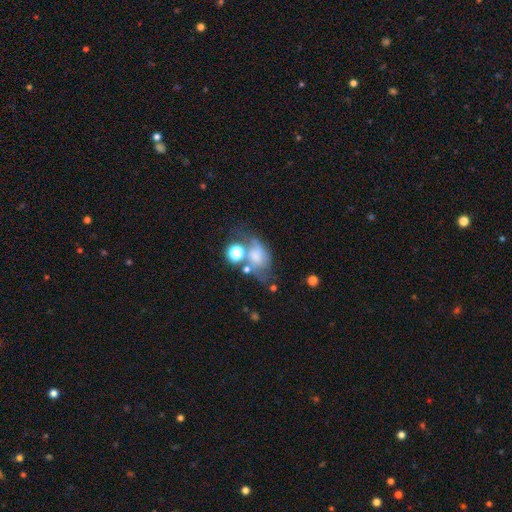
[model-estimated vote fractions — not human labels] The model was most divided on "merging": none: 31%, major disturbance: 26%, minor disturbance: 23%, merger: 20%. Remaining: smooth or featured — smooth (48%).